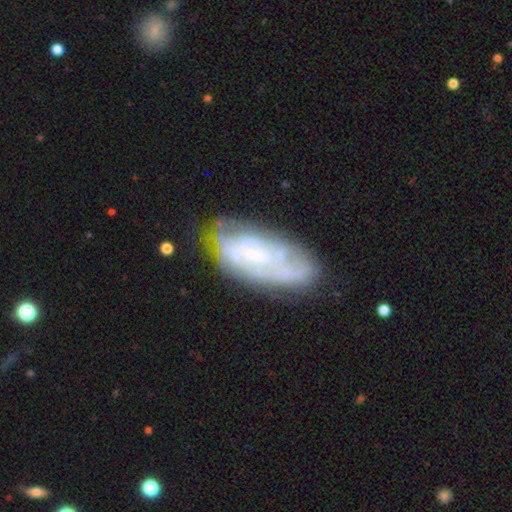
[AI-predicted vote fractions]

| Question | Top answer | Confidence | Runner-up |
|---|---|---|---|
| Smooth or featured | featured or disk | 66% | smooth (26%) |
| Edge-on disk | no | 91% | yes (9%) |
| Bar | no | 69% | weak (24%) |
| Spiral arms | yes | 68% | no (32%) |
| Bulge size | none | 45% | small (34%) |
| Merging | none | 63% | minor disturbance (23%) |